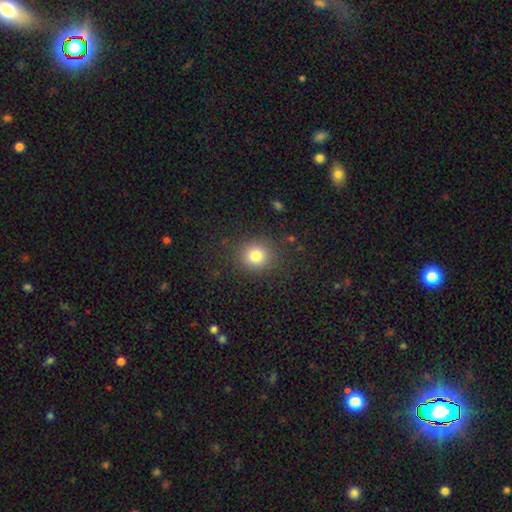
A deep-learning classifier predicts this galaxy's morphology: Smooth or featured? Predicted: smooth (p=0.80). How rounded? Predicted: round (p=0.84). Merging? Predicted: none (p=0.86).